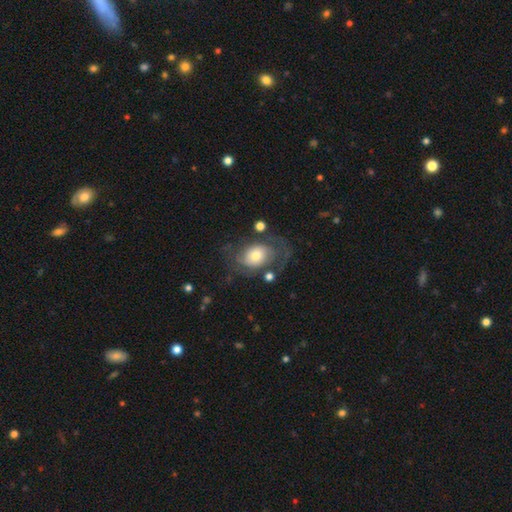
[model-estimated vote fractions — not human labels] The model was most divided on "smooth or featured": featured or disk: 51%, smooth: 41%, star or artifact: 8%. Remaining: edge-on disk — no (95%); merging — none (45%).